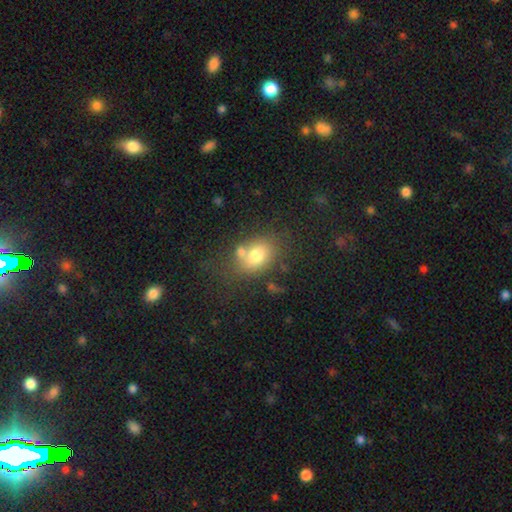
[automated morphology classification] The model was most divided on "how rounded": in between: 64%, round: 35%, cigar-shaped: 1%. More confident: smooth or featured — smooth (74%); merging — none (55%).